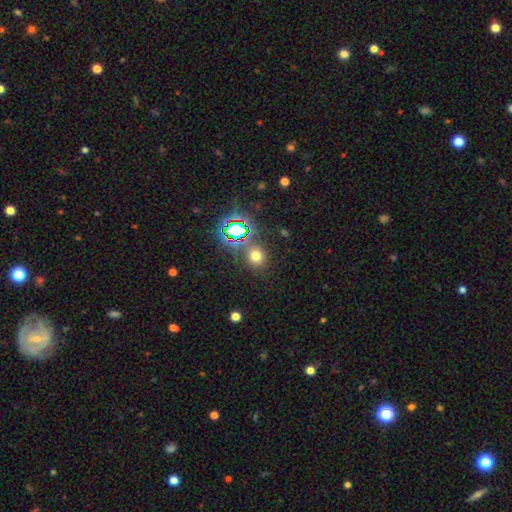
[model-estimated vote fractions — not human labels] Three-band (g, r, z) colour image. It shows a smooth galaxy with no disk features (62%) that is round (84%). Merging: none (80%).